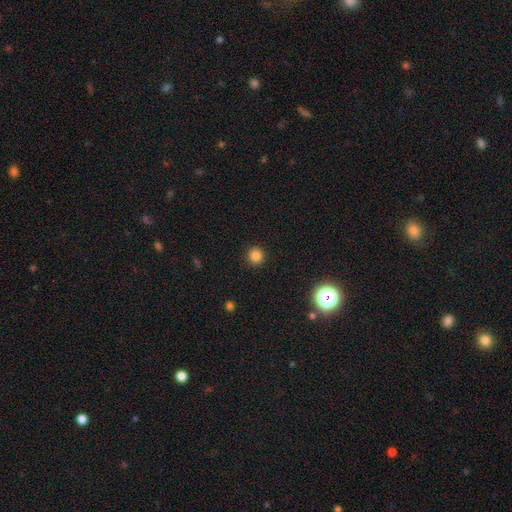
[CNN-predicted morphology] Smooth or featured?
  - smooth: 83% *
  - star or artifact: 13%
  - featured or disk: 4%
How rounded?
  - round: 94% *
  - in between: 5%
  - cigar-shaped: 1%
Merging?
  - none: 92% *
  - minor disturbance: 5%
  - major disturbance: 2%
  - merger: 1%